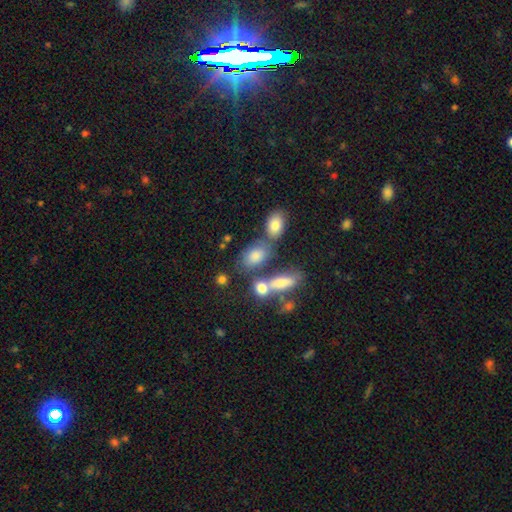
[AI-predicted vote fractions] smooth 72%, featured or disk 15%, star or artifact 12%. Down the decision tree: how rounded — in between (82%); merging — none (45%).